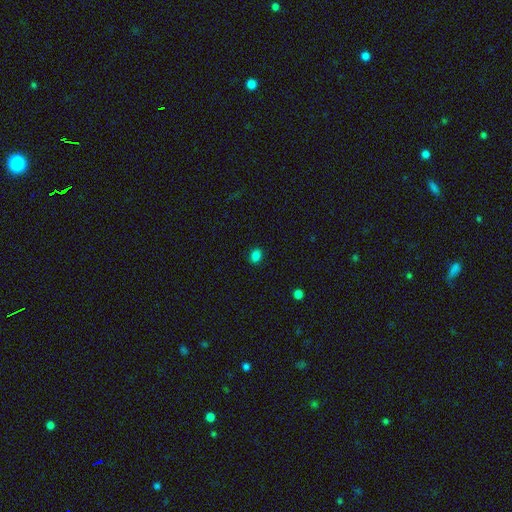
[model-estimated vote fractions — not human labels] Morphology: type=smooth (83%); roundness=in between (61%); merging=none (89%).